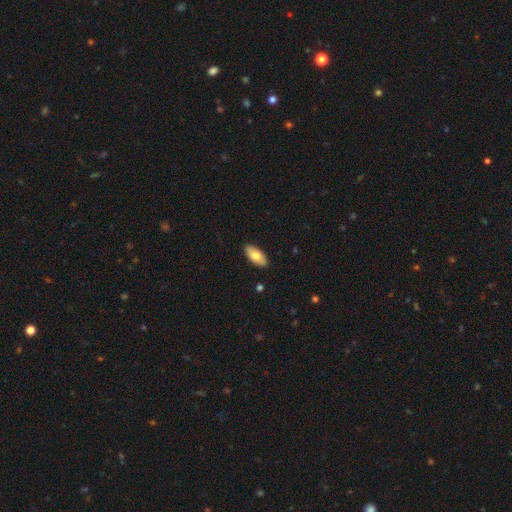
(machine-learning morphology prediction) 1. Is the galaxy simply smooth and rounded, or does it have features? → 75% smooth, 19% featured or disk, 6% star or artifact.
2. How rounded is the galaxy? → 91% in between, 7% cigar-shaped, 2% round.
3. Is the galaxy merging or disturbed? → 89% none, 8% minor disturbance, 2% major disturbance, 1% merger.